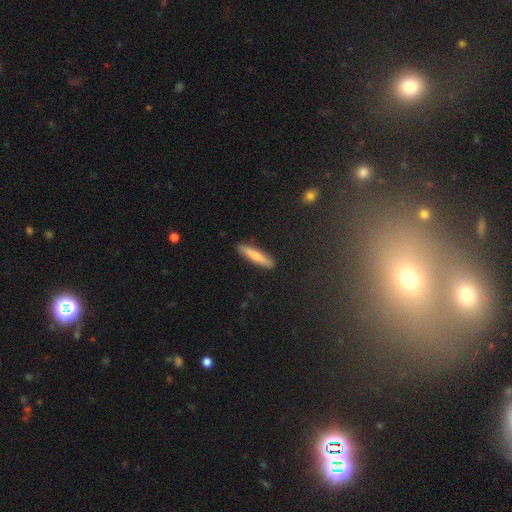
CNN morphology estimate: Overall: smooth (60%; featured or disk 34%). How rounded: cigar-shaped (89%). Merging: none (90%).